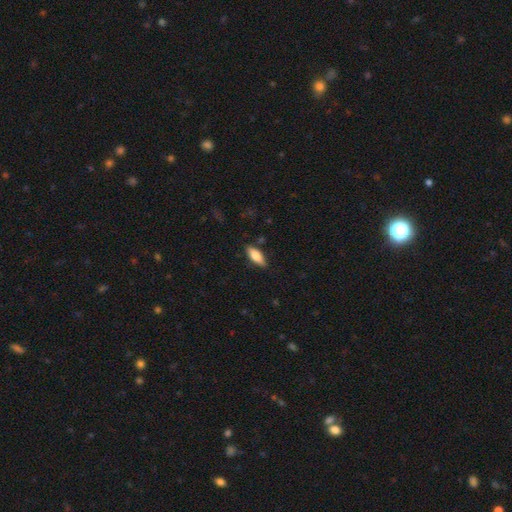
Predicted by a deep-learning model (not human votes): Smooth or featured? Predicted: smooth (p=0.78). How rounded? Predicted: in between (p=0.77). Merging? Predicted: none (p=0.84).